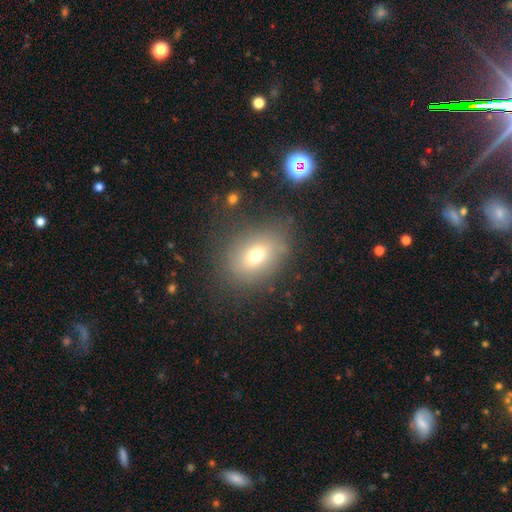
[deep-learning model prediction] smooth-or-featured: smooth: 68% | featured or disk: 17% | star or artifact: 15%
  how-rounded: in between: 64% | round: 35% | cigar-shaped: 2%
  merging: none: 79% | minor disturbance: 13% | major disturbance: 6% | merger: 3%